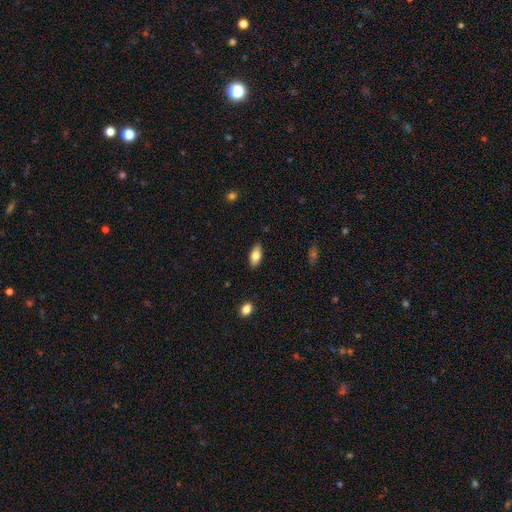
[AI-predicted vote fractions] Morphology: type=smooth (76%); roundness=in between (86%); merging=none (87%).